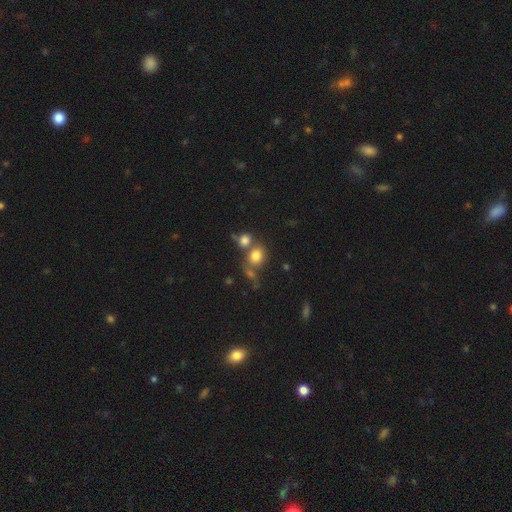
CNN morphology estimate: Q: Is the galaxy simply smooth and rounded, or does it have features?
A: smooth — 78%.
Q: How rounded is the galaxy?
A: round — 73%.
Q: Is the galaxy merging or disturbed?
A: none — 45%.